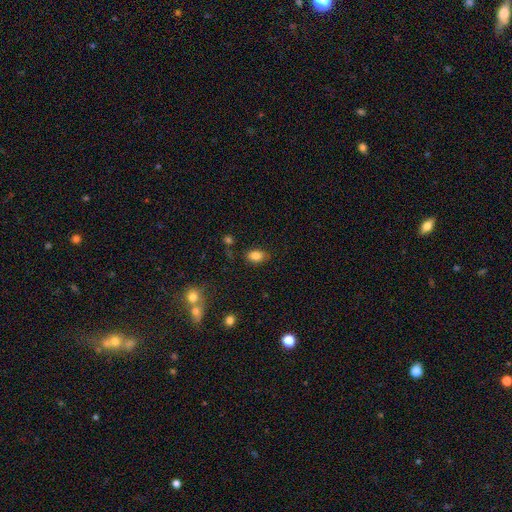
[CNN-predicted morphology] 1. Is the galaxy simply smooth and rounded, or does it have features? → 83% smooth, 10% star or artifact, 7% featured or disk.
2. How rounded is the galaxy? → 83% in between, 16% round, 2% cigar-shaped.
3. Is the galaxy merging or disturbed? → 81% none, 13% minor disturbance, 3% major disturbance, 3% merger.